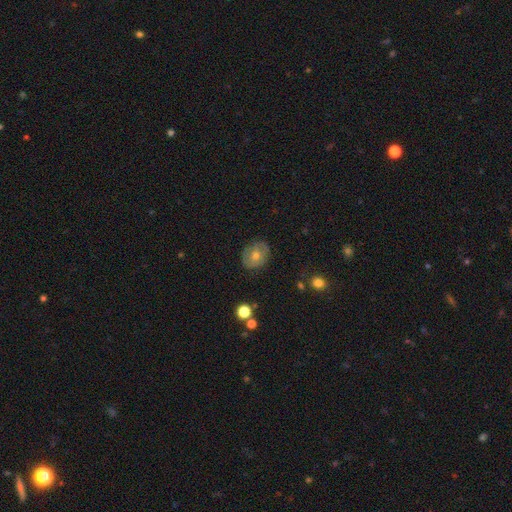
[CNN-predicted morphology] A featured or disk galaxy (47%).

Vote fractions:
- Smooth or featured? featured or disk: 47% / smooth: 41% / star or artifact: 11%
- Merging? none: 82% / minor disturbance: 13% / major disturbance: 4% / merger: 1%